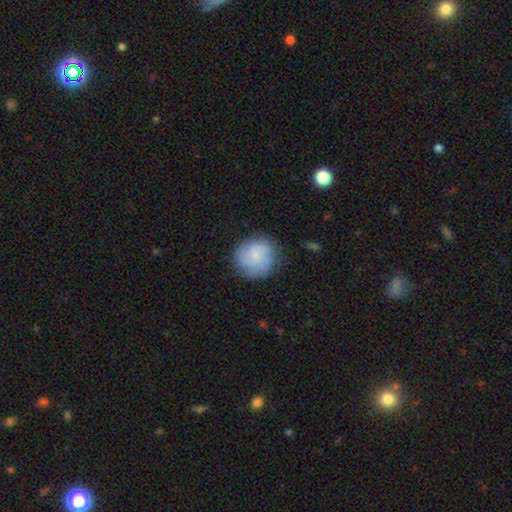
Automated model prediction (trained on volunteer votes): Smooth or featured?
  - smooth: 61% *
  - featured or disk: 31%
  - star or artifact: 8%
How rounded?
  - round: 89% *
  - in between: 10%
  - cigar-shaped: 1%
Merging?
  - none: 73% *
  - minor disturbance: 18%
  - major disturbance: 7%
  - merger: 2%